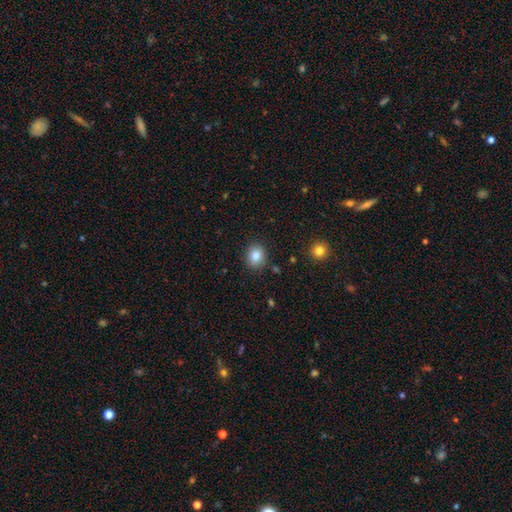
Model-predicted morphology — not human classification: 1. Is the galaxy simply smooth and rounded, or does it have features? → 84% smooth, 10% star or artifact, 6% featured or disk.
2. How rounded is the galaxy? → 70% round, 29% in between, 1% cigar-shaped.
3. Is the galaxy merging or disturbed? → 87% none, 8% minor disturbance, 2% major disturbance, 2% merger.